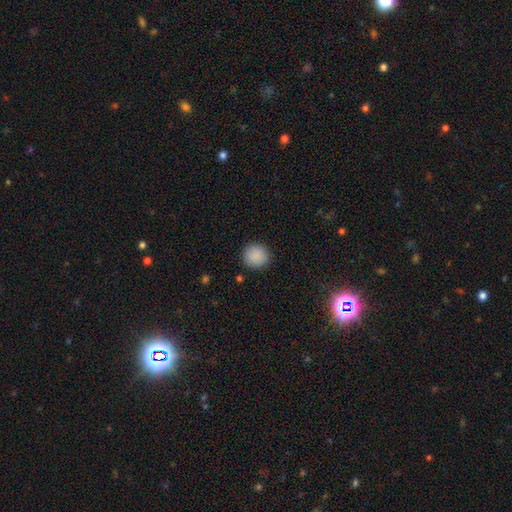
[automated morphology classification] Smooth or featured: smooth — 89% (star or artifact — 7%)
How rounded: round — 93% (in between — 7%)
Merging: none — 91% (minor disturbance — 6%)